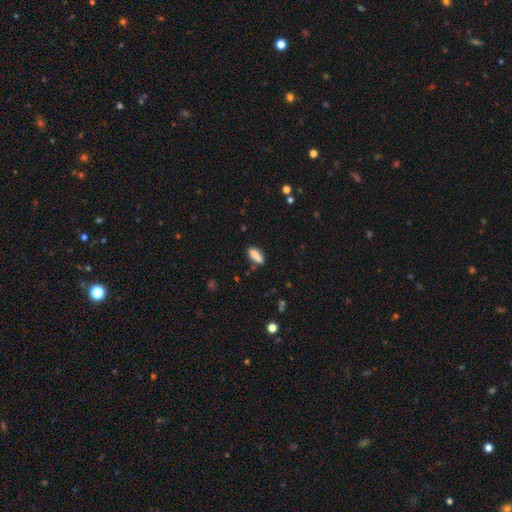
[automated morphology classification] This is clearly a smooth galaxy (87%). How rounded: likely in between (67%). Merging: clearly none (80%).